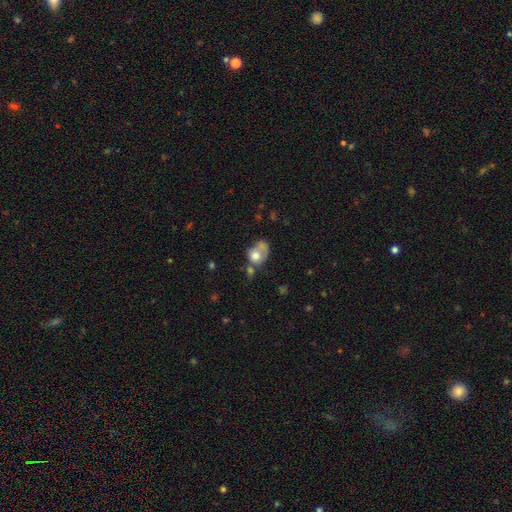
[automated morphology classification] Q: Smooth or featured?
A: smooth (67%); runner-up: featured or disk (24%)
Q: How rounded?
A: in between (53%); runner-up: round (46%)
Q: Merging?
A: merger (40%); runner-up: none (23%)